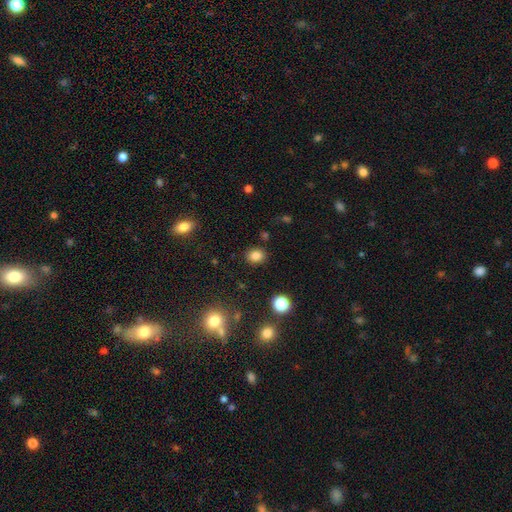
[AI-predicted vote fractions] A smooth galaxy with no disk features (82%) that is round (56%).

Vote fractions:
- Smooth or featured? smooth: 82% / star or artifact: 12% / featured or disk: 6%
- How rounded? round: 56% / in between: 43% / cigar-shaped: 1%
- Merging? none: 87% / minor disturbance: 8% / major disturbance: 3% / merger: 2%